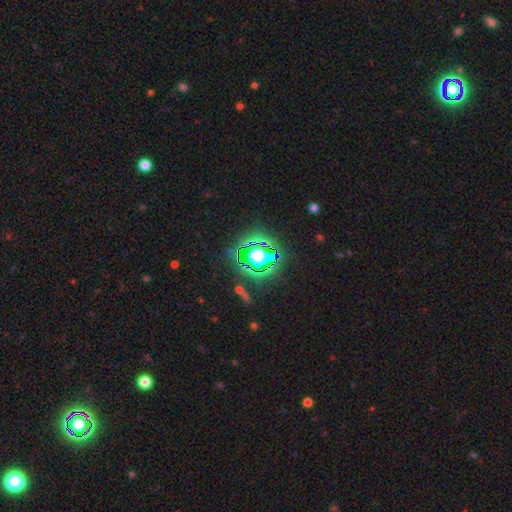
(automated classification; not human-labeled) A star or artifact, not a galaxy (57%).